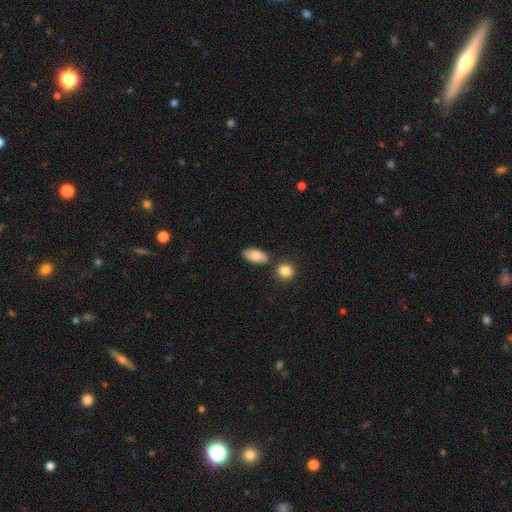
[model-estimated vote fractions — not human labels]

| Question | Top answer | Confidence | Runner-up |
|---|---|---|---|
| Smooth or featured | smooth | 76% | featured or disk (17%) |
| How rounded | in between | 91% | round (4%) |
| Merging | none | 79% | minor disturbance (12%) |